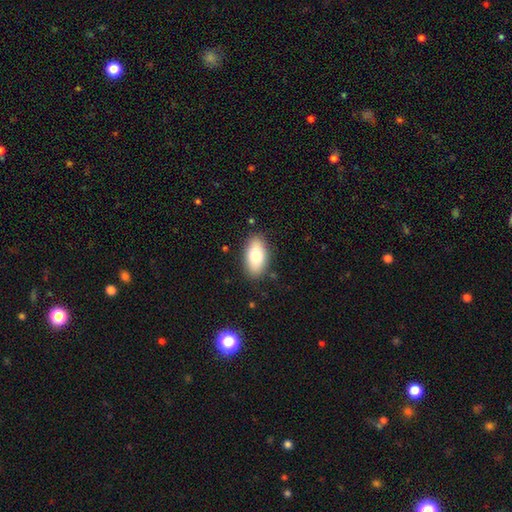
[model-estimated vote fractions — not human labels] This is likely a smooth galaxy (76%). How rounded: clearly in between (92%). Merging: clearly none (85%).